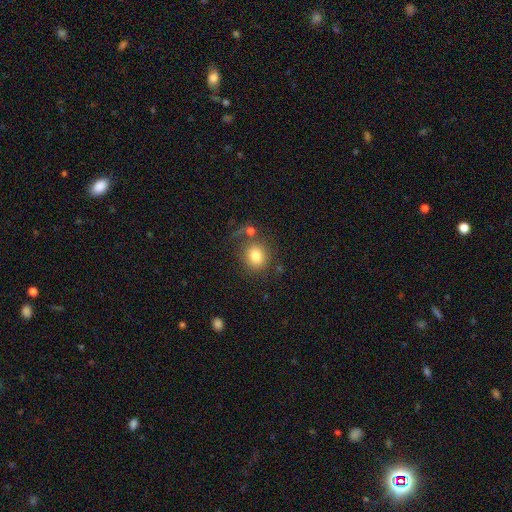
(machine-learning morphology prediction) Smooth or featured: smooth — 81% (star or artifact — 11%)
How rounded: round — 82% (in between — 18%)
Merging: none — 70% (minor disturbance — 12%)